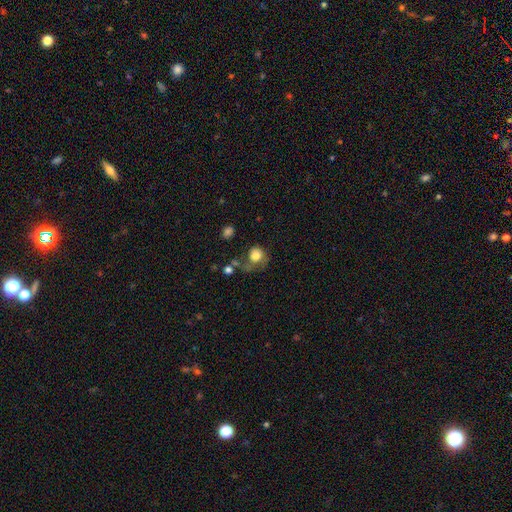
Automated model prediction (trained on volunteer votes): Smooth or featured?
  - smooth: 74% *
  - featured or disk: 17%
  - star or artifact: 9%
How rounded?
  - round: 72% *
  - in between: 27%
  - cigar-shaped: 1%
Merging?
  - major disturbance: 37% *
  - none: 30%
  - minor disturbance: 24%
  - merger: 9%